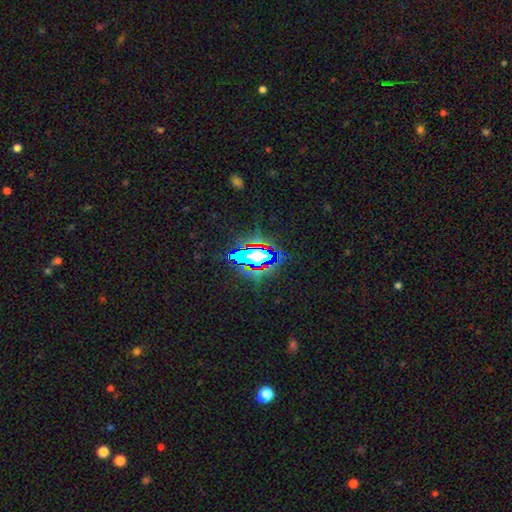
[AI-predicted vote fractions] Smooth or featured? star or artifact (58%)